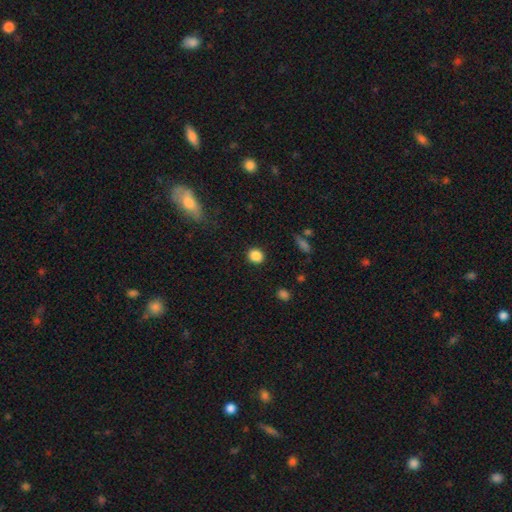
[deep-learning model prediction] Morphology: type=smooth (86%); roundness=round (80%); merging=none (89%).